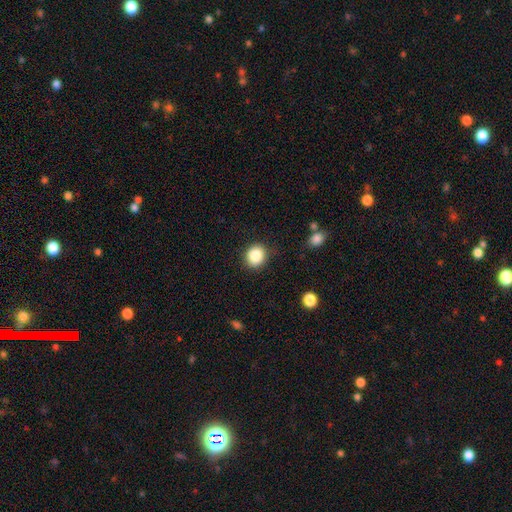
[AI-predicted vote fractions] Smooth or featured?
  - smooth: 86% *
  - star or artifact: 10%
  - featured or disk: 5%
How rounded?
  - round: 75% *
  - in between: 24%
  - cigar-shaped: 1%
Merging?
  - none: 85% *
  - minor disturbance: 11%
  - major disturbance: 3%
  - merger: 2%